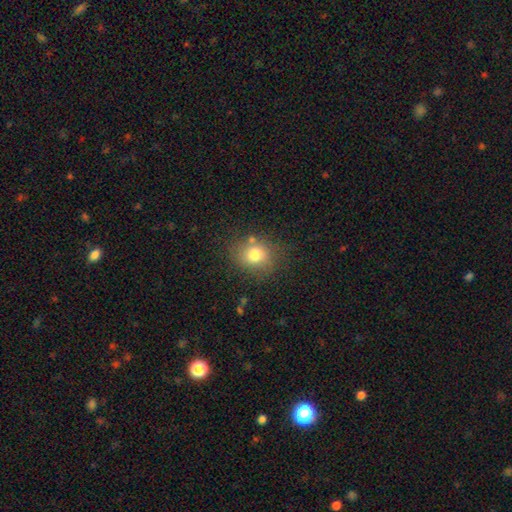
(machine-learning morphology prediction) smooth_or_featured: smooth (p=0.77) [alt: star or artifact p=0.12]
how_rounded: round (p=0.64) [alt: in between p=0.35]
merging: none (p=0.72) [alt: minor disturbance p=0.16]